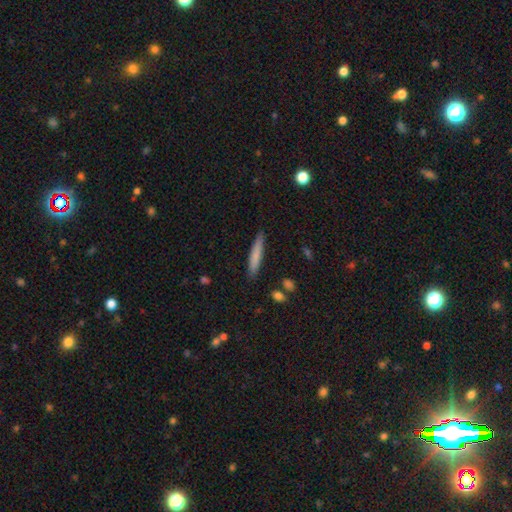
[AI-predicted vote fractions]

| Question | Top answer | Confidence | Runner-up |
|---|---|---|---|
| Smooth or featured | smooth | 77% | featured or disk (17%) |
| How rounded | cigar-shaped | 91% | in between (7%) |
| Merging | none | 86% | minor disturbance (10%) |